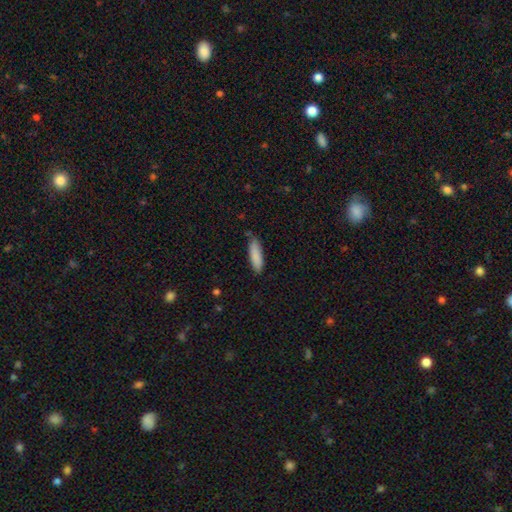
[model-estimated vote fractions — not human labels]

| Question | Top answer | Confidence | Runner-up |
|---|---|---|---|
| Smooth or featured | smooth | 87% | featured or disk (7%) |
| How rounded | cigar-shaped | 60% | in between (39%) |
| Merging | none | 81% | minor disturbance (15%) |